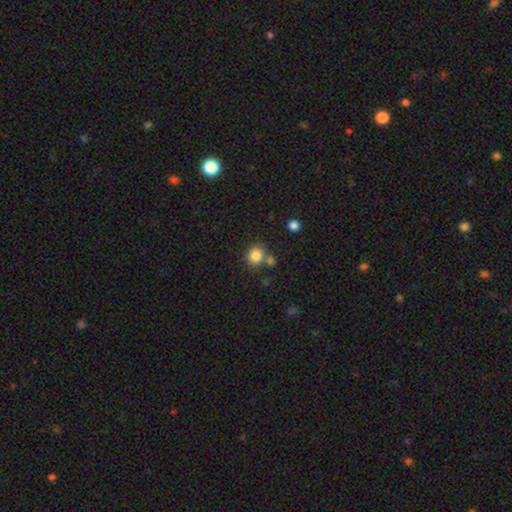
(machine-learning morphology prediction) Smooth or featured? Predicted: smooth (p=0.84). How rounded? Predicted: round (p=0.82). Merging? Predicted: none (p=0.68).